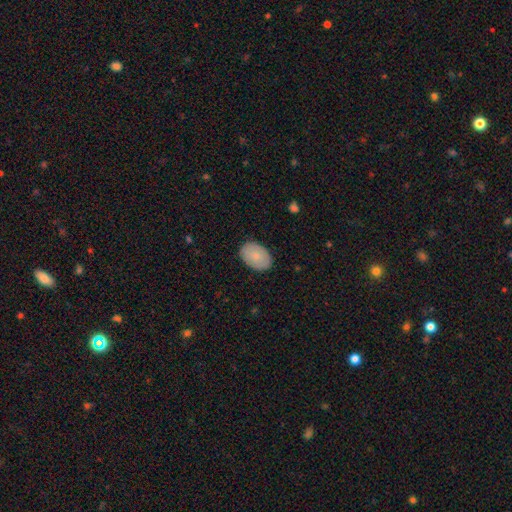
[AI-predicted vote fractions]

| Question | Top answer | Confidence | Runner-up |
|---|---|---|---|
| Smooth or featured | smooth | 81% | featured or disk (13%) |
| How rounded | in between | 86% | round (13%) |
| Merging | none | 86% | minor disturbance (11%) |